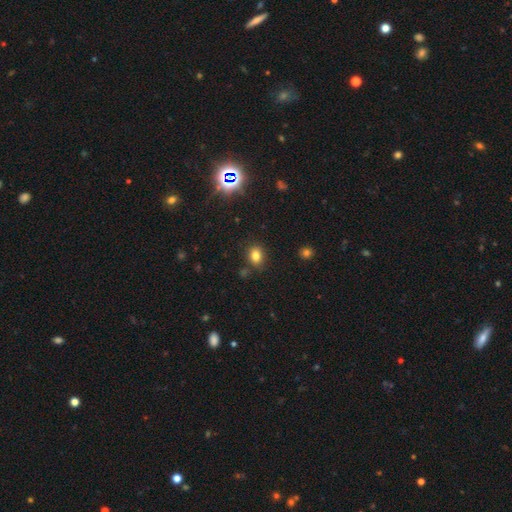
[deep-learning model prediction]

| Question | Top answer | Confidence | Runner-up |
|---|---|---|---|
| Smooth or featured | smooth | 80% | star or artifact (14%) |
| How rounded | in between | 59% | round (39%) |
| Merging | none | 81% | minor disturbance (11%) |